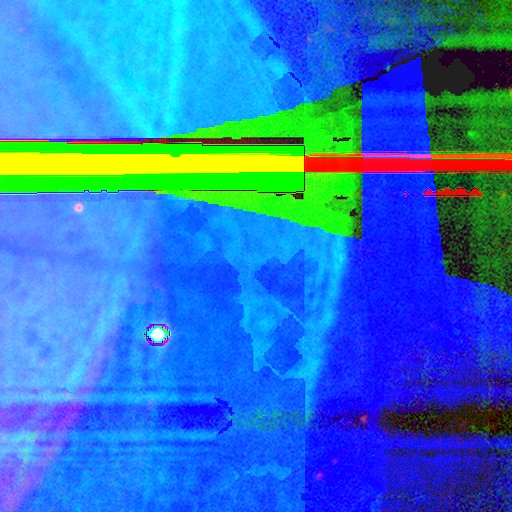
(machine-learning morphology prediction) Smooth or featured?
  - star or artifact: 86% *
  - featured or disk: 8%
  - smooth: 6%